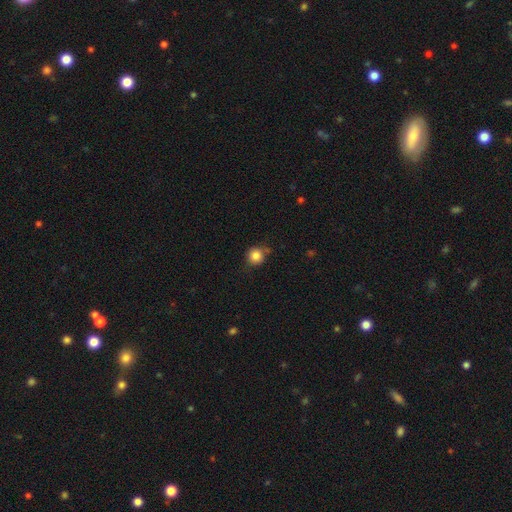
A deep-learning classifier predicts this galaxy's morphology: smooth-or-featured: smooth: 84% | star or artifact: 11% | featured or disk: 5%
  how-rounded: round: 92% | in between: 7% | cigar-shaped: 1%
  merging: none: 76% | minor disturbance: 16% | merger: 5% | major disturbance: 4%